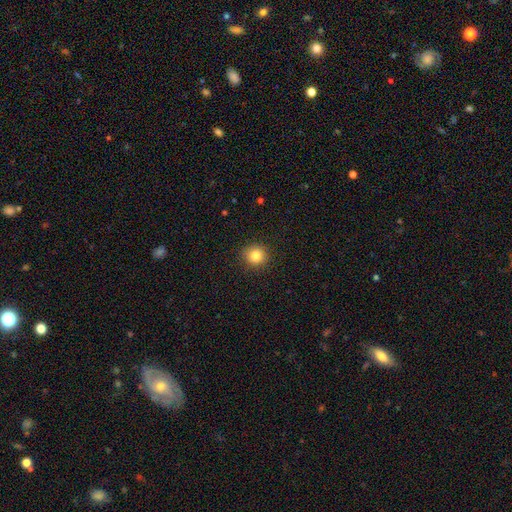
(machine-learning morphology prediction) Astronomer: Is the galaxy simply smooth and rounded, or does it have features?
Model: smooth — 82%.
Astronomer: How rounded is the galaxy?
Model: round — 93%.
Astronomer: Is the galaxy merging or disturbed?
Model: none — 91%.